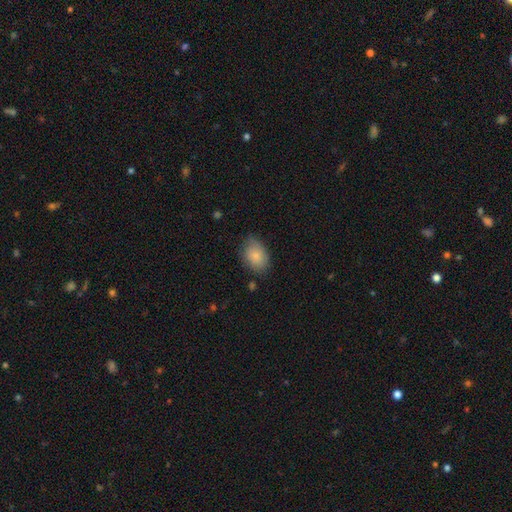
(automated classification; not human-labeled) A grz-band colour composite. It shows a smooth galaxy with no disk features (84%) that is in between round and cigar-shaped (81%). Merging: none (71%).